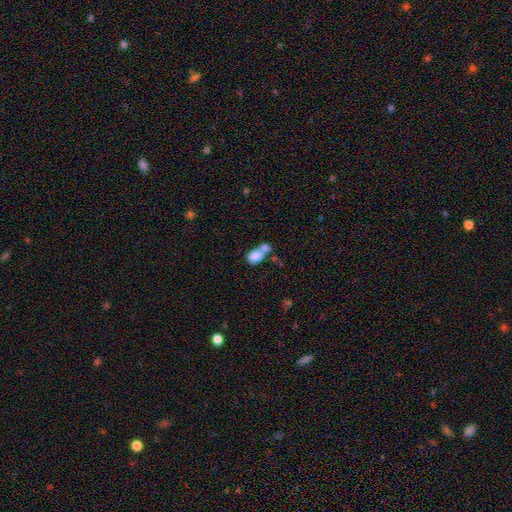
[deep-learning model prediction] smooth-or-featured: smooth: 82% | featured or disk: 10% | star or artifact: 8%
  how-rounded: in between: 69% | round: 30% | cigar-shaped: 2%
  merging: merger: 65% | none: 22% | minor disturbance: 8% | major disturbance: 5%